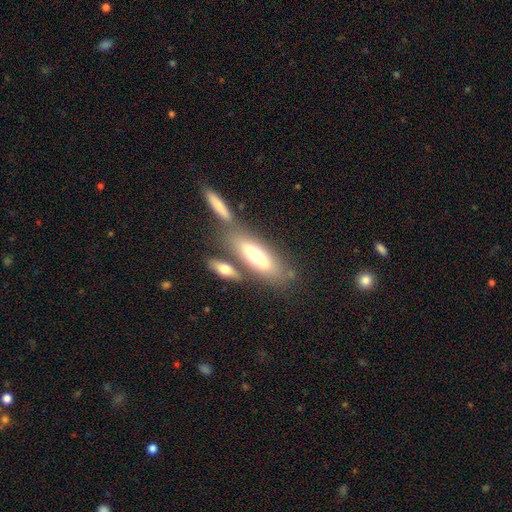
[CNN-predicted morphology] Overall: smooth (62%; featured or disk 31%). How rounded: in between (53%; cigar-shaped 45%). Merging: none (53%; merger 28%).